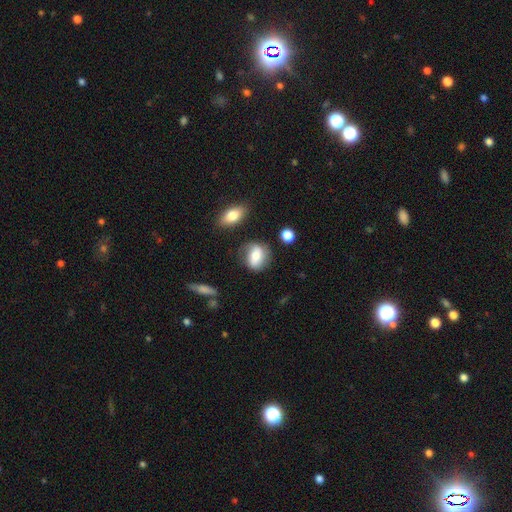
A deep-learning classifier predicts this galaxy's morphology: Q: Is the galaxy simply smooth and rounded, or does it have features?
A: smooth — 60%.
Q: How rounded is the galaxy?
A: in between — 52%.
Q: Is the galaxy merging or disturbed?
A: none — 68%.